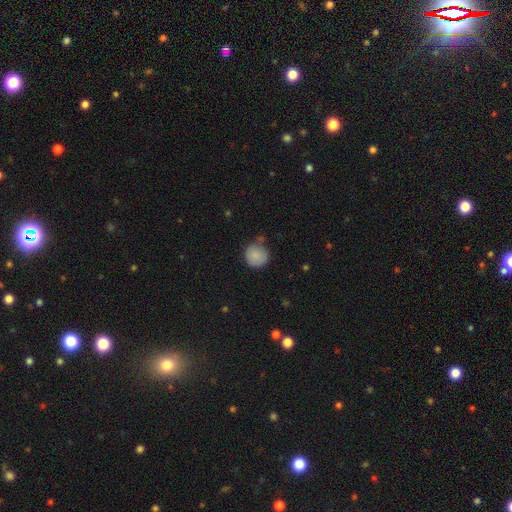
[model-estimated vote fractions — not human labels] Smooth or featured: smooth — 86% (star or artifact — 8%)
How rounded: round — 92% (in between — 7%)
Merging: none — 72% (minor disturbance — 17%)